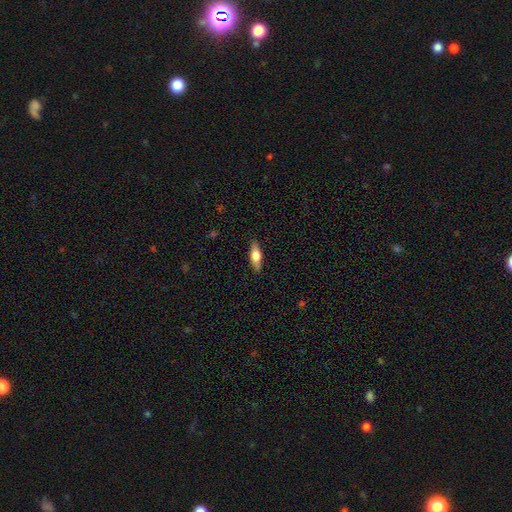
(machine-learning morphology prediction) This is possibly a smooth galaxy (58%). How rounded: possibly in between (55%). Merging: clearly none (87%).